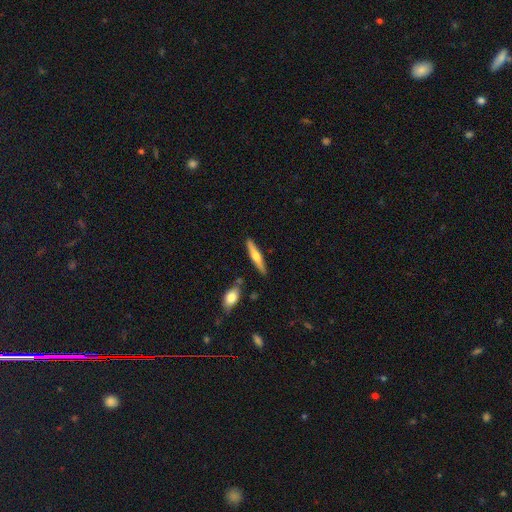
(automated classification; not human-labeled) Q: Smooth or featured?
A: featured or disk (47%); tied with: smooth (47%)
Q: Merging?
A: none (84%); runner-up: minor disturbance (9%)